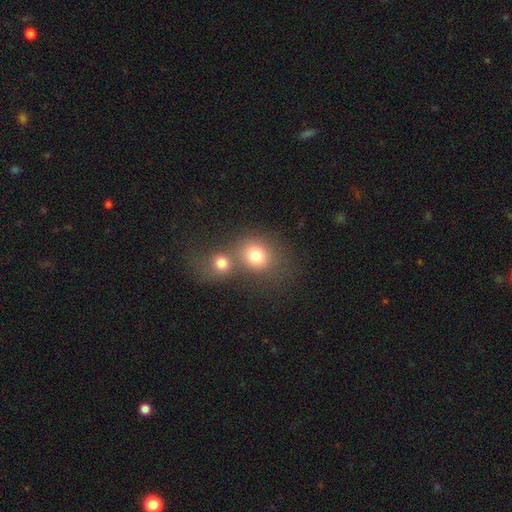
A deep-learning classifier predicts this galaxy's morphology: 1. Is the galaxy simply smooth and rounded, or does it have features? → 77% smooth, 13% star or artifact, 10% featured or disk.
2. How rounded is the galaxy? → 72% round, 27% in between, 1% cigar-shaped.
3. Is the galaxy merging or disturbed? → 46% merger, 41% none, 8% minor disturbance, 5% major disturbance.